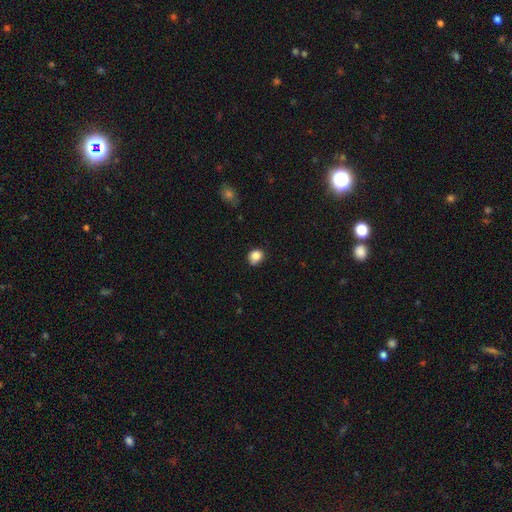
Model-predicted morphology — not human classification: Smooth or featured? smooth (84%)
How rounded? round (60%)
Merging? none (70%)